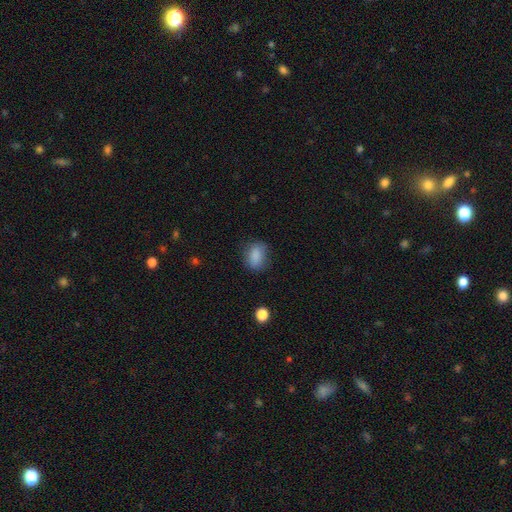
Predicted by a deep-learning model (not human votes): Smooth or featured? smooth (86%)
How rounded? in between (74%)
Merging? none (76%)